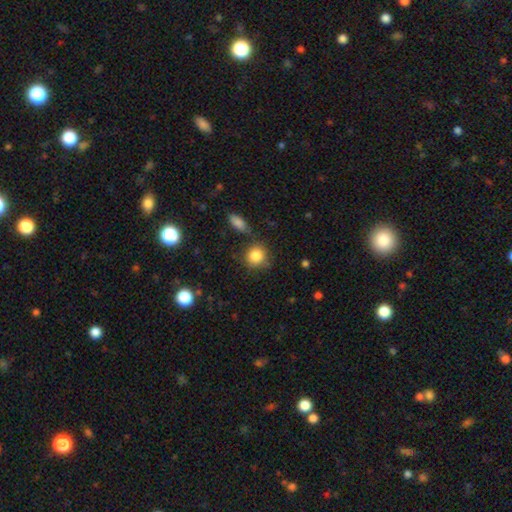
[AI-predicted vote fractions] This appears to be a smooth galaxy with no disk features (85%) that is round (88%). Merging: none (77%).